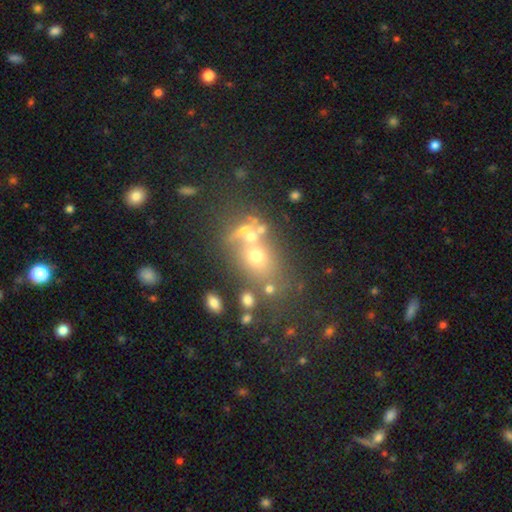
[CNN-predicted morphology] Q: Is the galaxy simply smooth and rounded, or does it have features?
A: smooth — 53%.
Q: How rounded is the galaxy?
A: in between — 56%.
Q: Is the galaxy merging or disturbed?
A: none — 47%.